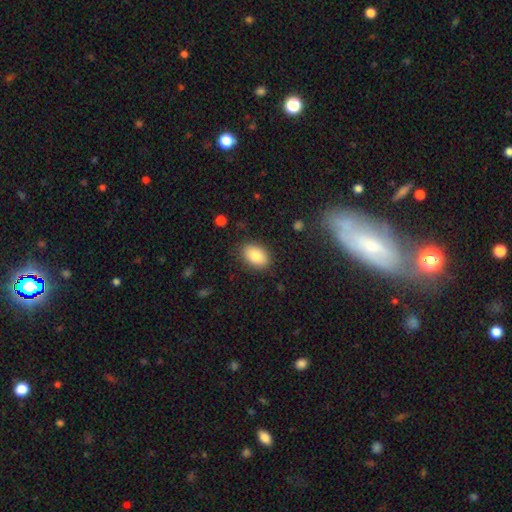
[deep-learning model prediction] The model was most divided on "merging": none: 86%, minor disturbance: 10%, major disturbance: 3%, merger: 1%. More confident: how rounded — in between (87%); smooth or featured — smooth (85%).